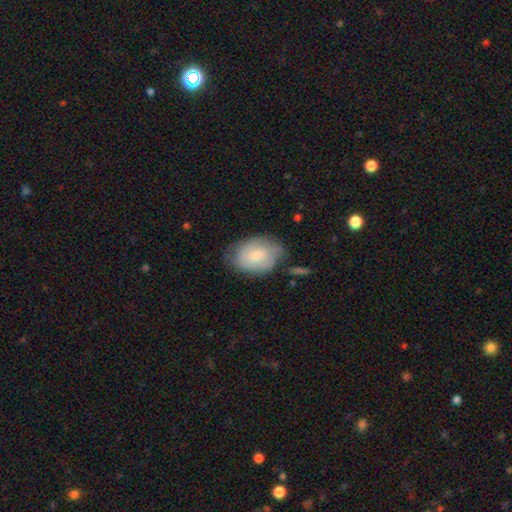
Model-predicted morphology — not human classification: Smooth or featured? smooth (60%)
How rounded? in between (80%)
Merging? none (60%)